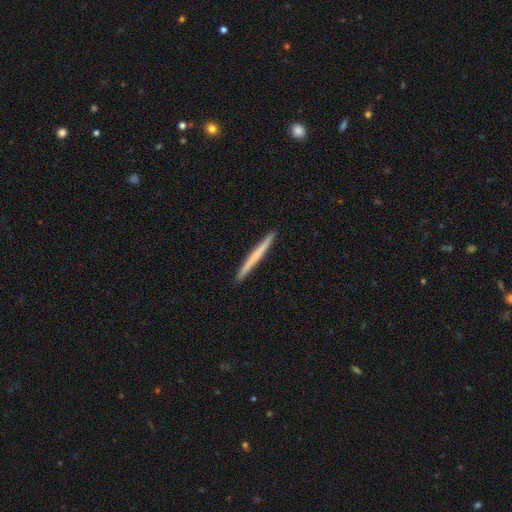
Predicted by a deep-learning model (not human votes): A smooth galaxy with no disk features (53%) that is cigar-shaped (97%).

Vote fractions:
- Smooth or featured? smooth: 53% / featured or disk: 42% / star or artifact: 5%
- How rounded? cigar-shaped: 97% / in between: 1% / round: 1%
- Merging? none: 93% / minor disturbance: 5% / major disturbance: 1% / merger: 1%